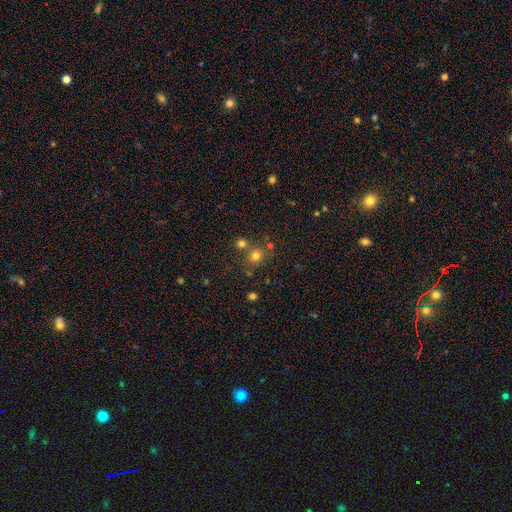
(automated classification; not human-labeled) Overall: smooth (74%). How rounded: round (83%). Merging: none (67%).